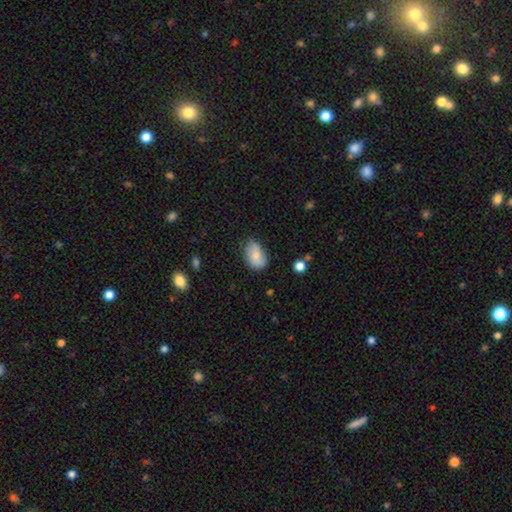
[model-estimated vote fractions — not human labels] Smooth or featured?
  - smooth: 77% *
  - featured or disk: 16%
  - star or artifact: 7%
How rounded?
  - in between: 88% *
  - round: 11%
  - cigar-shaped: 1%
Merging?
  - none: 65% *
  - minor disturbance: 28%
  - major disturbance: 6%
  - merger: 2%